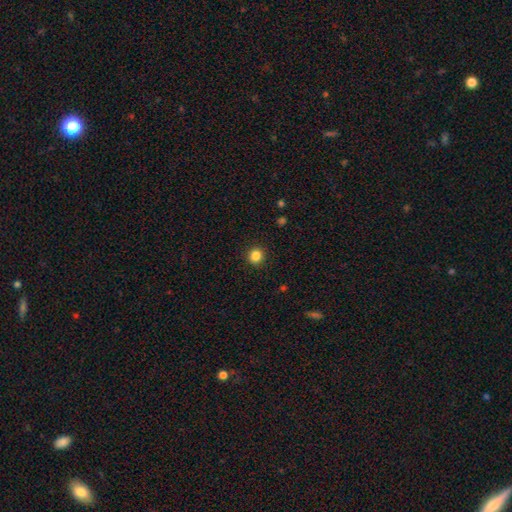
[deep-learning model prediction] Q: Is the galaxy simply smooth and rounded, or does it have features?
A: smooth — 85%.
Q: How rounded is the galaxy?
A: round — 92%.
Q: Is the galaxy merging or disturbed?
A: none — 93%.